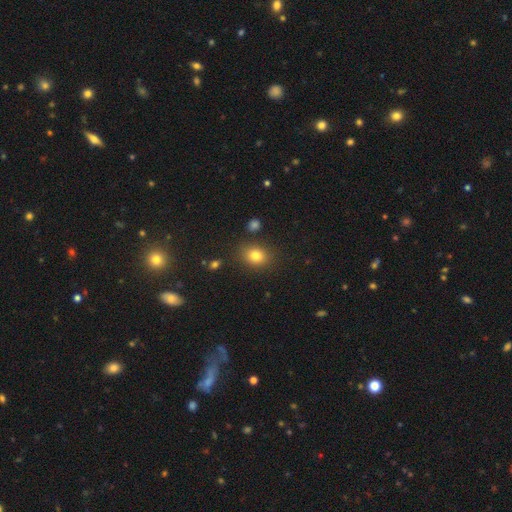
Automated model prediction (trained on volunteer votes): A smooth galaxy with no disk features (80%) that is round (50%).

Vote fractions:
- Smooth or featured? smooth: 80% / star or artifact: 12% / featured or disk: 8%
- How rounded? round: 50% / in between: 49% / cigar-shaped: 1%
- Merging? none: 82% / minor disturbance: 11% / merger: 4% / major disturbance: 4%